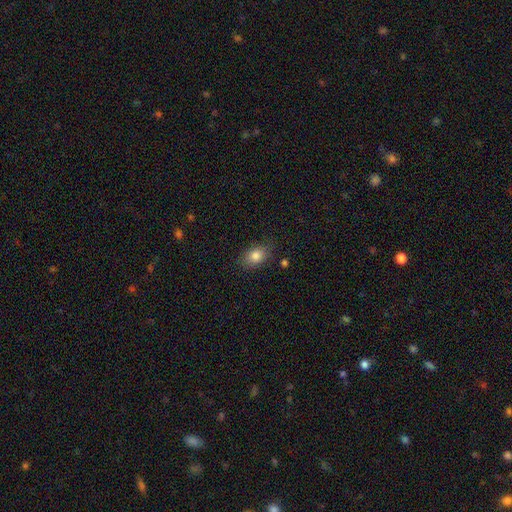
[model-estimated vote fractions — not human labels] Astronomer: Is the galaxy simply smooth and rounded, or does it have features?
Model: smooth — 83%.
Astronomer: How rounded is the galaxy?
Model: in between — 76%.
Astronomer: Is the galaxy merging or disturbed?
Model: none — 81%.